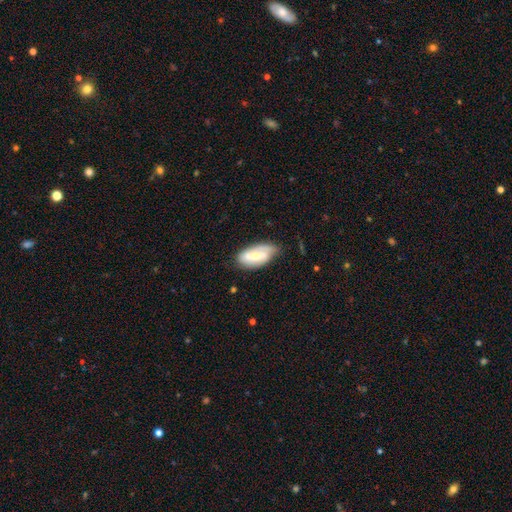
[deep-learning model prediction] Smooth or featured? featured or disk (55%)
Edge-on disk? no (91%)
Bar? weak (39%)
Spiral arms? yes (76%)
Bulge size? moderate (53%)
Merging? none (66%)